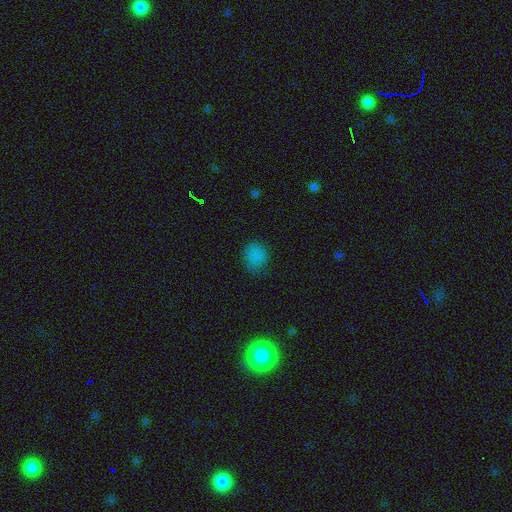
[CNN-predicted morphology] smooth-or-featured: smooth: 81% | star or artifact: 15% | featured or disk: 4%
  how-rounded: round: 69% | in between: 30% | cigar-shaped: 1%
  merging: none: 74% | minor disturbance: 20% | major disturbance: 5% | merger: 1%